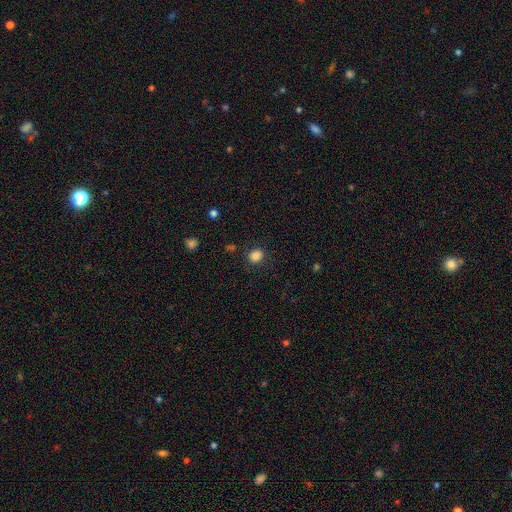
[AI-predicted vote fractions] smooth_or_featured: smooth (p=0.85) [alt: star or artifact p=0.11]
how_rounded: round (p=0.70) [alt: in between p=0.29]
merging: none (p=0.87) [alt: minor disturbance p=0.09]